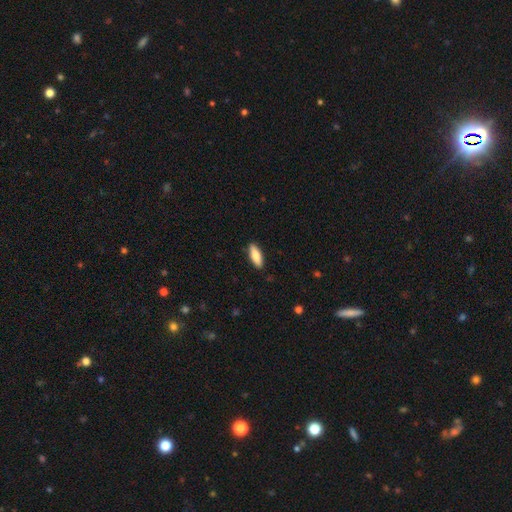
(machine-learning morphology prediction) A smooth galaxy with no disk features (84%) that is in between round and cigar-shaped (64%). Merging: none (89%).